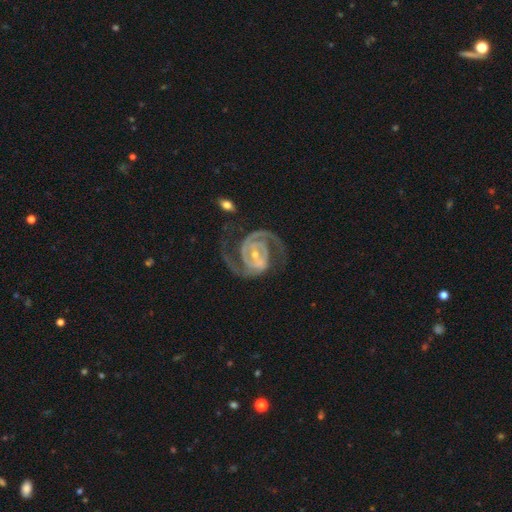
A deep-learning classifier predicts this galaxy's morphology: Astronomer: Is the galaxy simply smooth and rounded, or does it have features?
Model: featured or disk — 93%.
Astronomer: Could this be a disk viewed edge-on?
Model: no — 98%.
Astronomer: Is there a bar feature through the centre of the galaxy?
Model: no — 39% (runner-up: weak, 36%).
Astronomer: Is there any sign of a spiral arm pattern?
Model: yes — 98%.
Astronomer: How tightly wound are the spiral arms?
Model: medium — 48% (runner-up: tight, 43%).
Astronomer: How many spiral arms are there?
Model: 2 — 90%.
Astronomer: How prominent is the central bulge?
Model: small — 63%.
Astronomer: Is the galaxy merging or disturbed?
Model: none — 72%.